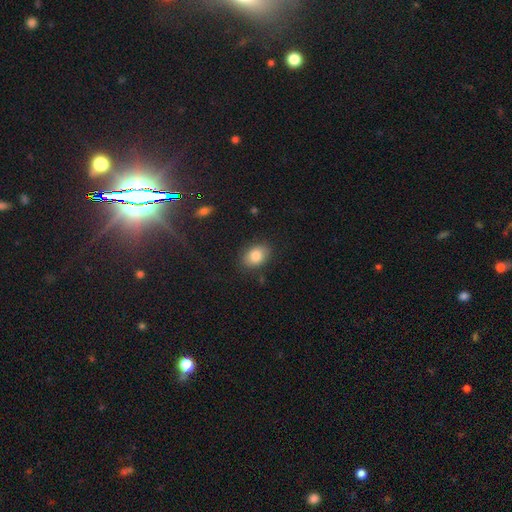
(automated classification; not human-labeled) Morphology: type=smooth (83%); roundness=in between (78%); merging=none (83%).